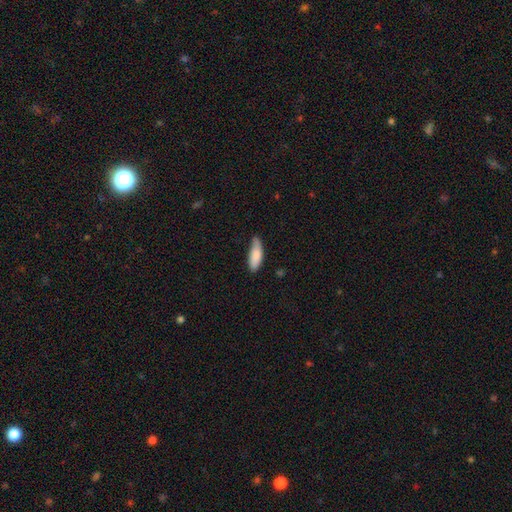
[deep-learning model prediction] smooth 84%, featured or disk 11%, star or artifact 6%. Down the decision tree: how rounded — in between (63%); merging — none (61%).